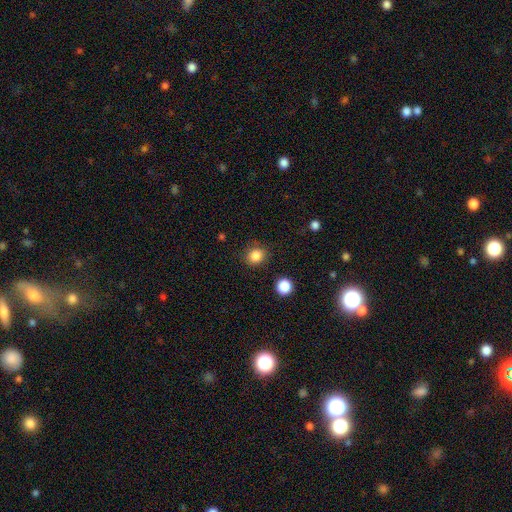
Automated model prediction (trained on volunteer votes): Smooth or featured?
  - smooth: 85% *
  - star or artifact: 11%
  - featured or disk: 4%
How rounded?
  - round: 81% *
  - in between: 18%
  - cigar-shaped: 1%
Merging?
  - none: 86% *
  - minor disturbance: 9%
  - major disturbance: 3%
  - merger: 2%